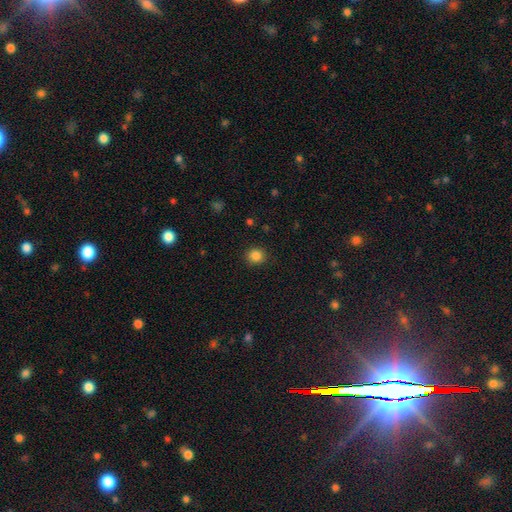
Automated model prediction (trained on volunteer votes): Smooth or featured? smooth (85%)
How rounded? round (84%)
Merging? none (89%)